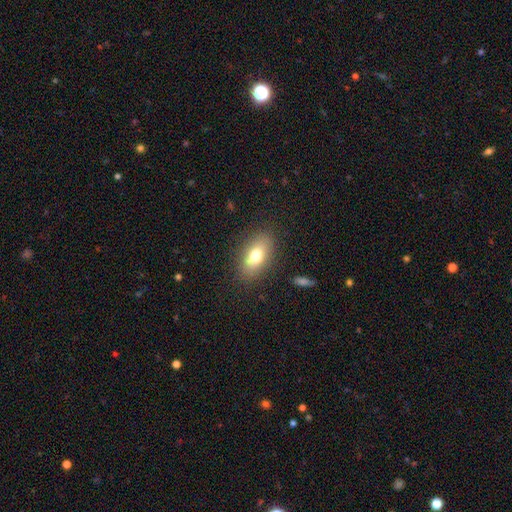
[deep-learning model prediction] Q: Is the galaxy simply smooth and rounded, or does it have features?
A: smooth — 73%.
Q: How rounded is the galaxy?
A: in between — 86%.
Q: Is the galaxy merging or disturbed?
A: none — 84%.